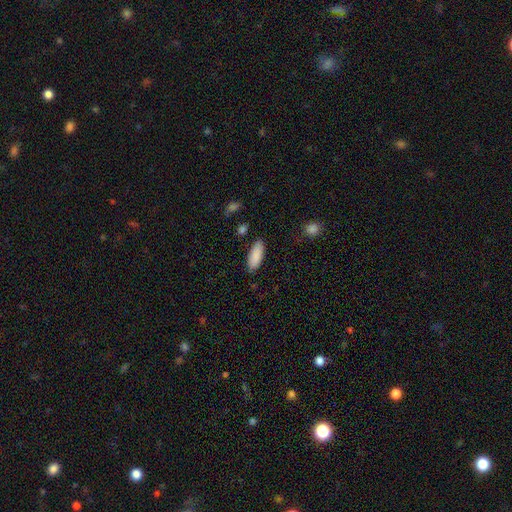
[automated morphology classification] Smooth or featured? Predicted: smooth (p=0.89). How rounded? Predicted: in between (p=0.77). Merging? Predicted: none (p=0.86).